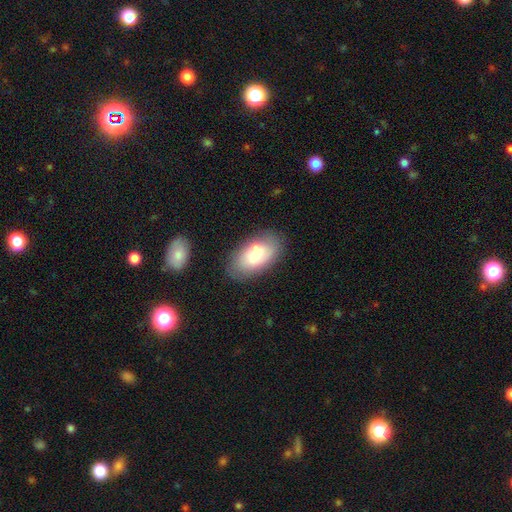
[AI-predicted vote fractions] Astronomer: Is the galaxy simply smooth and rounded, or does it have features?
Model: smooth — 73%.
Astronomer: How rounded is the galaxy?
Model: in between — 94%.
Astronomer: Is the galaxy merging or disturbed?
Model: none — 74%.